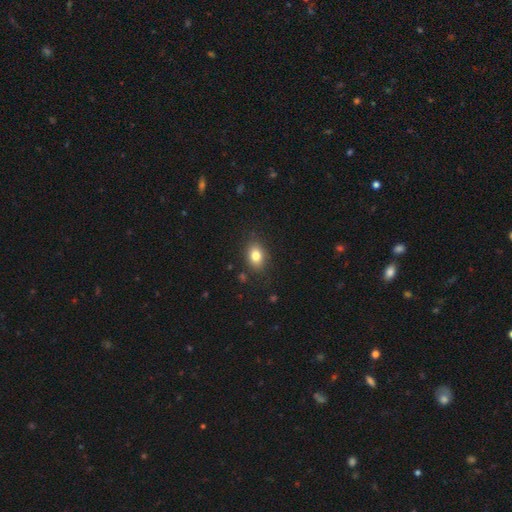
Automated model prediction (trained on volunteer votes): A smooth galaxy with no disk features (81%) that is in between round and cigar-shaped (75%). Merging: none (82%).